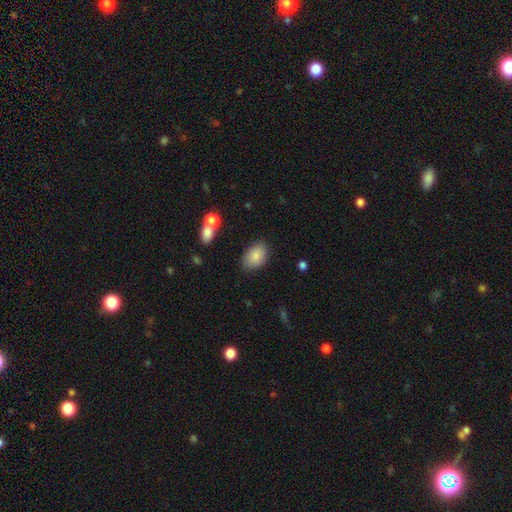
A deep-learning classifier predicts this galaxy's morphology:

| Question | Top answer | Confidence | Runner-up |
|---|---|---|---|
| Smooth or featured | smooth | 85% | featured or disk (8%) |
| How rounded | in between | 88% | round (11%) |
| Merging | none | 79% | minor disturbance (14%) |